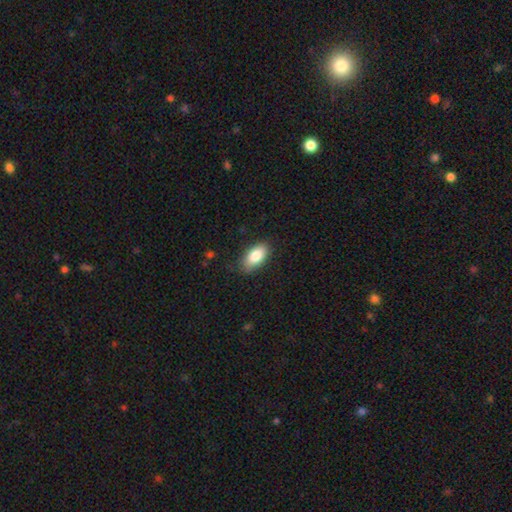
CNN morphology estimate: type=smooth (85%); roundness=in between (91%); merging=none (81%).